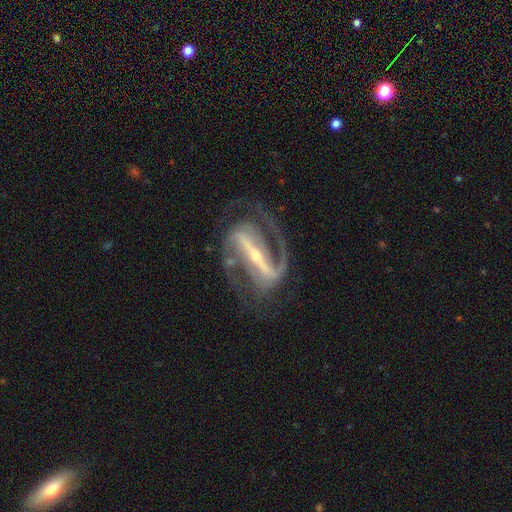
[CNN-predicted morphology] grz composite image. It shows a featured or disk galaxy (92%) with a strong bar (85%), 2 (89%) medium (53%) spiral arms (97%) and a small central bulge (71%). Merging: none (69%).